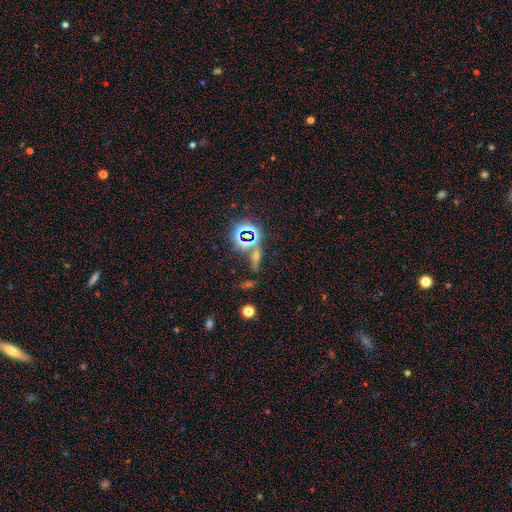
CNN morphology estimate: Smooth or featured? Predicted: star or artifact (p=0.51).